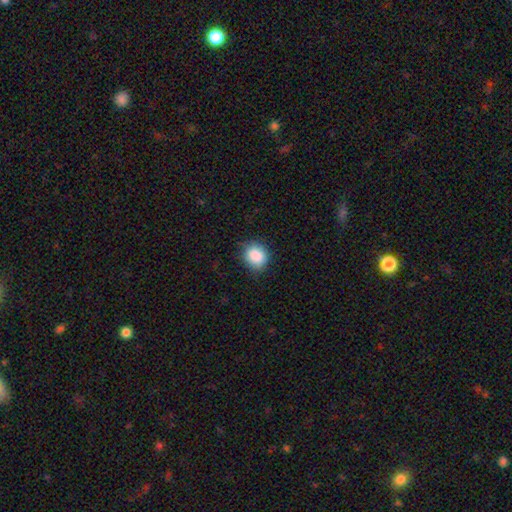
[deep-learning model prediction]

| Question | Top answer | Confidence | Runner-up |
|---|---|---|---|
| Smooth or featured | smooth | 88% | star or artifact (8%) |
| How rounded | round | 71% | in between (28%) |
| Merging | none | 80% | minor disturbance (15%) |